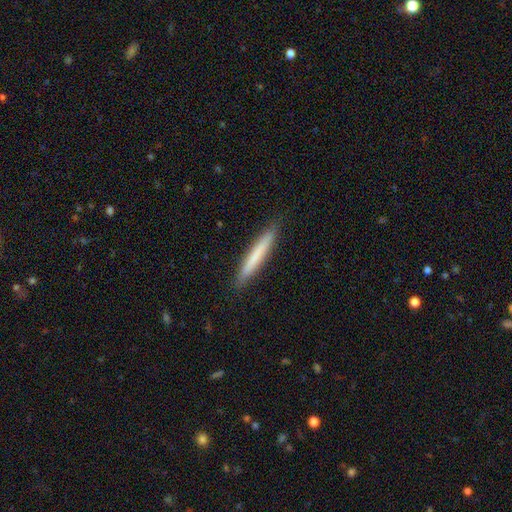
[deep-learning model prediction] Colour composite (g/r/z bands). It shows a smooth galaxy with no disk features (70%) that is cigar-shaped (96%). Merging: none (91%).